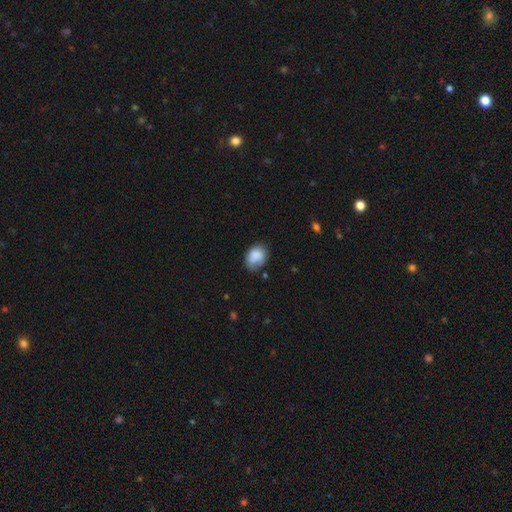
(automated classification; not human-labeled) smooth_or_featured: smooth (p=0.81) [alt: featured or disk p=0.11]
how_rounded: in between (p=0.65) [alt: round p=0.34]
merging: none (p=0.57) [alt: minor disturbance p=0.30]